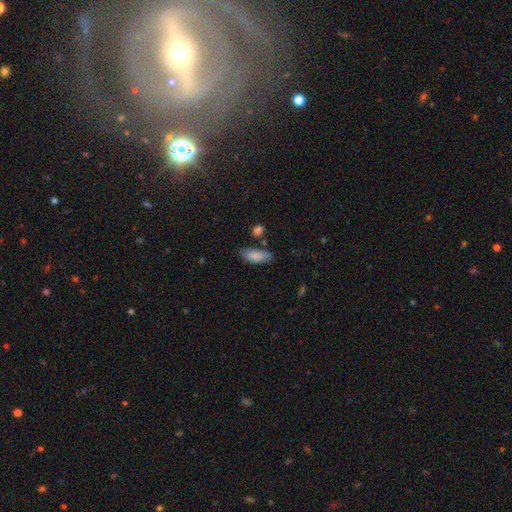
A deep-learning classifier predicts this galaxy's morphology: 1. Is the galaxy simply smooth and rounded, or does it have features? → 85% smooth, 8% featured or disk, 7% star or artifact.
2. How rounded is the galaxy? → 81% in between, 16% cigar-shaped, 2% round.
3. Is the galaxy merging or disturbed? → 70% none, 19% minor disturbance, 6% merger, 4% major disturbance.